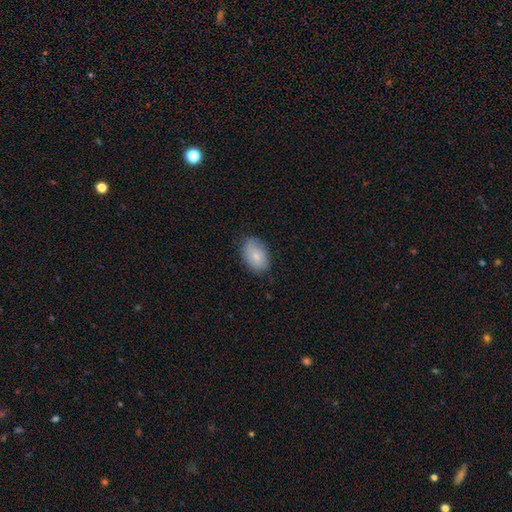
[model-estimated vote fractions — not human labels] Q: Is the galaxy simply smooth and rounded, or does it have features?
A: smooth — 78%.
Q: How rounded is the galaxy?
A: in between — 88%.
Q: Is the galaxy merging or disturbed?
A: none — 77%.